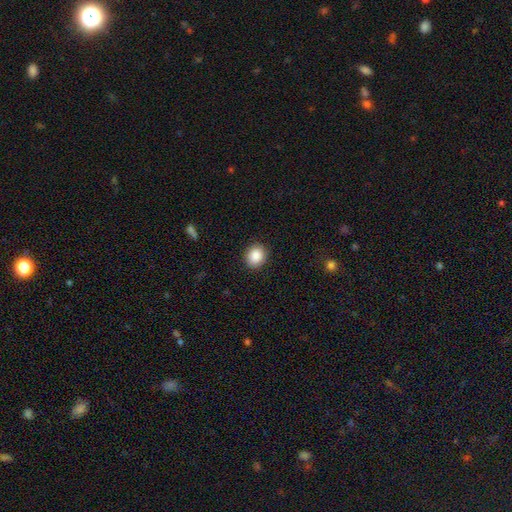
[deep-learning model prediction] smooth-or-featured: smooth: 88% | star or artifact: 8% | featured or disk: 3%
  how-rounded: round: 67% | in between: 32% | cigar-shaped: 1%
  merging: none: 90% | minor disturbance: 7% | major disturbance: 2% | merger: 1%